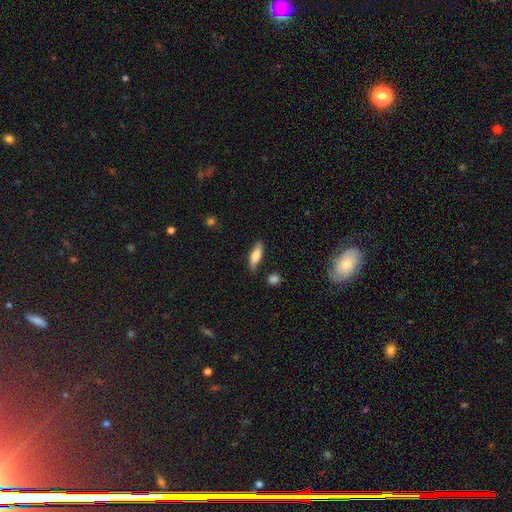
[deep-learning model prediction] Overall: smooth (77%). How rounded: in between (54%; cigar-shaped 44%). Merging: none (76%).